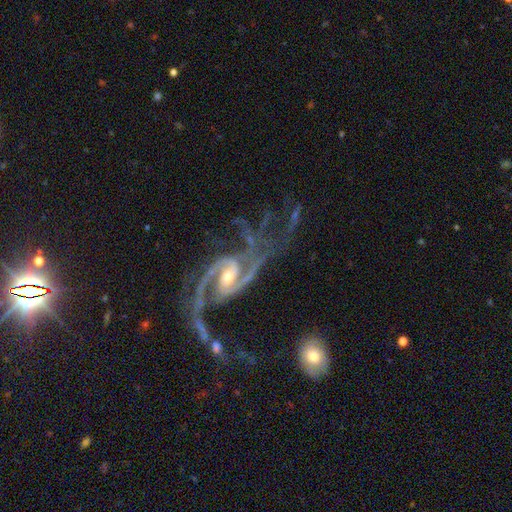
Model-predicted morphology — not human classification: type=featured or disk (89%); edge-on=no (96%); bar=weak (45%); spiral arms=yes (97%); winding=medium (44%); arm count=2 (70%); bulge=small (51%); merging=none (43%).